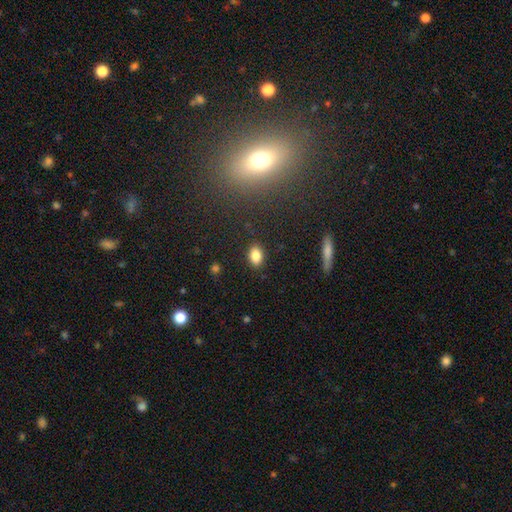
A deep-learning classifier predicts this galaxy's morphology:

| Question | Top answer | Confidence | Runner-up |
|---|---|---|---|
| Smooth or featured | smooth | 84% | star or artifact (9%) |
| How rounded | in between | 82% | round (17%) |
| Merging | none | 87% | minor disturbance (9%) |